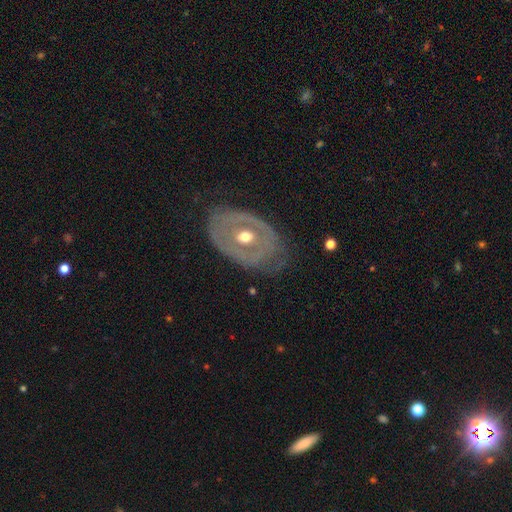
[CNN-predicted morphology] smooth-or-featured: featured or disk: 70% | smooth: 23% | star or artifact: 7%
  disk-edge-on: no: 92% | yes: 8%
    bar: no: 69% | weak: 20% | strong: 11%
    has-spiral-arms: no: 72% | yes: 28%
    bulge-size: moderate: 66% | small: 29% | large: 4% | dominant: 1% | none: 1%
  merging: none: 80% | minor disturbance: 14% | major disturbance: 5% | merger: 1%